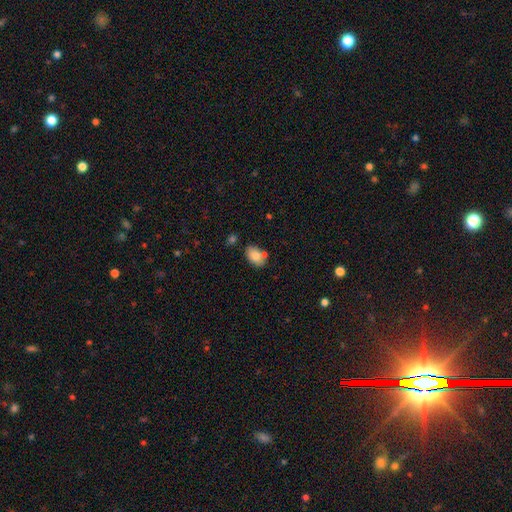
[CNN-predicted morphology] type=smooth (79%); roundness=in between (86%); merging=none (69%).